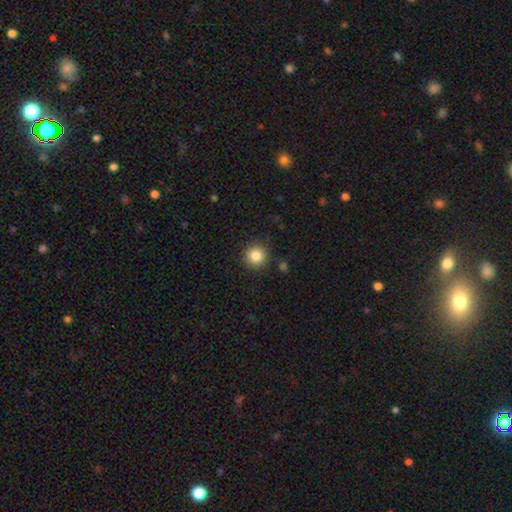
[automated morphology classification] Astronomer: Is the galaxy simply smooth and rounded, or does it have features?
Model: smooth — 84%.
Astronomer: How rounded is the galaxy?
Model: round — 94%.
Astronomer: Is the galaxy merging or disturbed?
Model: none — 89%.